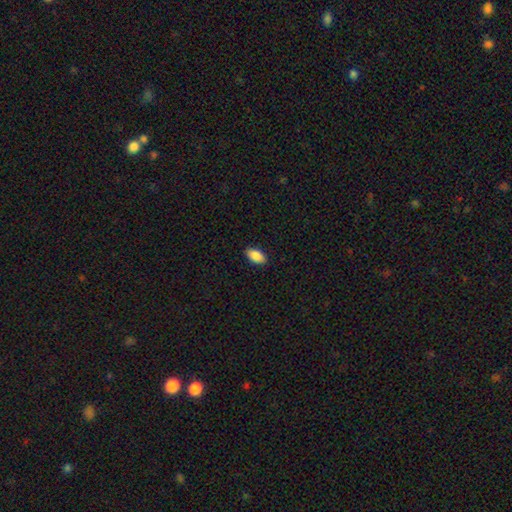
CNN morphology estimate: A smooth galaxy with no disk features (89%) that is in between round and cigar-shaped (94%).

Vote fractions:
- Smooth or featured? smooth: 89% / star or artifact: 7% / featured or disk: 4%
- How rounded? in between: 94% / round: 3% / cigar-shaped: 3%
- Merging? none: 89% / minor disturbance: 9% / major disturbance: 2% / merger: 1%